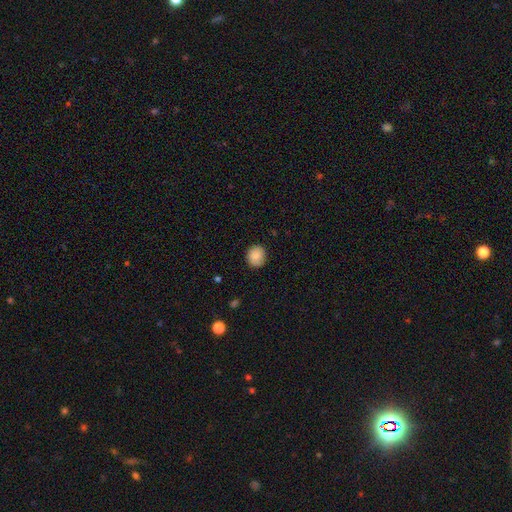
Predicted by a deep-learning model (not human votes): A smooth galaxy with no disk features (87%) that is round (85%).

Vote fractions:
- Smooth or featured? smooth: 87% / star or artifact: 8% / featured or disk: 5%
- How rounded? round: 85% / in between: 15% / cigar-shaped: 1%
- Merging? none: 88% / minor disturbance: 9% / major disturbance: 2% / merger: 1%